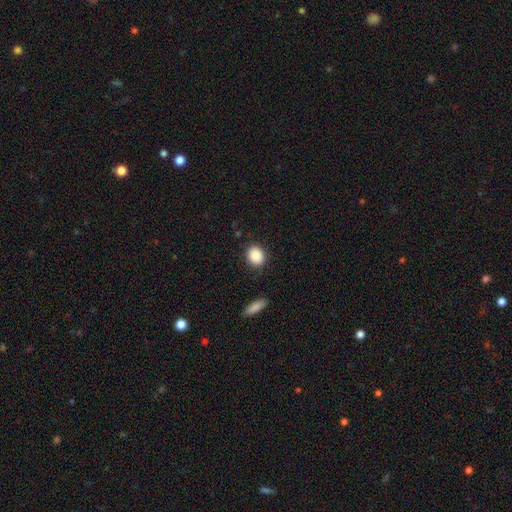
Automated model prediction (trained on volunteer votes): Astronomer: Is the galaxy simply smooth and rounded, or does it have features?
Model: smooth — 89%.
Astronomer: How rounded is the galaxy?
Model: round — 60% (runner-up: in between, 38%).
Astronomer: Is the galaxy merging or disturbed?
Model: none — 87%.